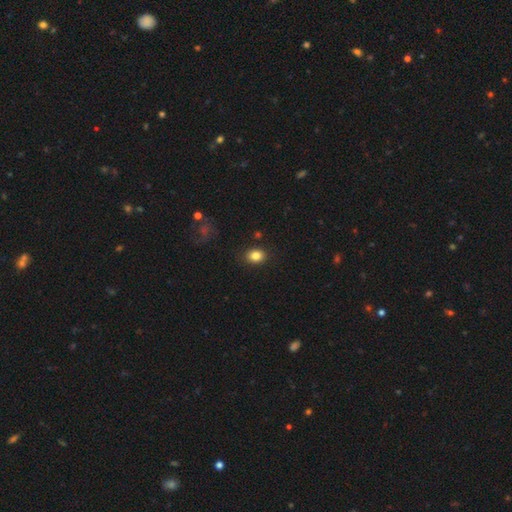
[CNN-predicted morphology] Smooth or featured: smooth — 83% (star or artifact — 10%)
How rounded: in between — 56% (round — 43%)
Merging: none — 87% (minor disturbance — 9%)